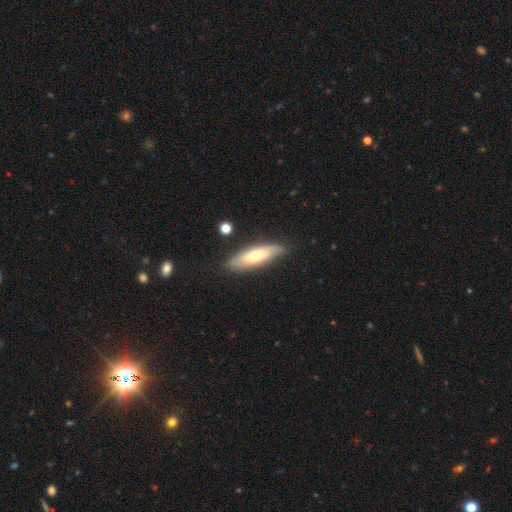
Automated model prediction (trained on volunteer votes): This appears to be a smooth galaxy with no disk features (57%) that is cigar-shaped (52%). Merging: none (79%).